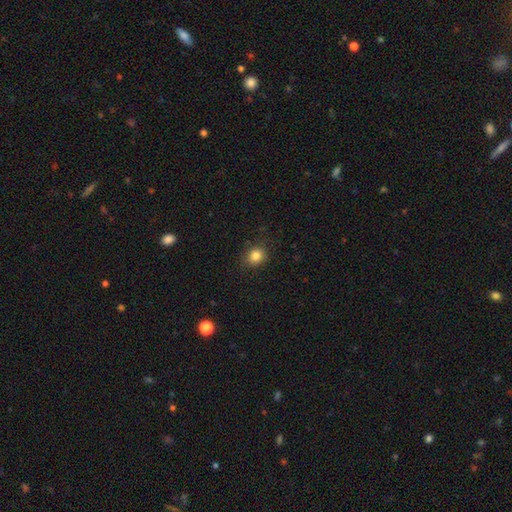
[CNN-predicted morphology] smooth_or_featured: smooth (p=0.84) [alt: star or artifact p=0.11]
how_rounded: round (p=0.71) [alt: in between p=0.28]
merging: none (p=0.83) [alt: minor disturbance p=0.13]